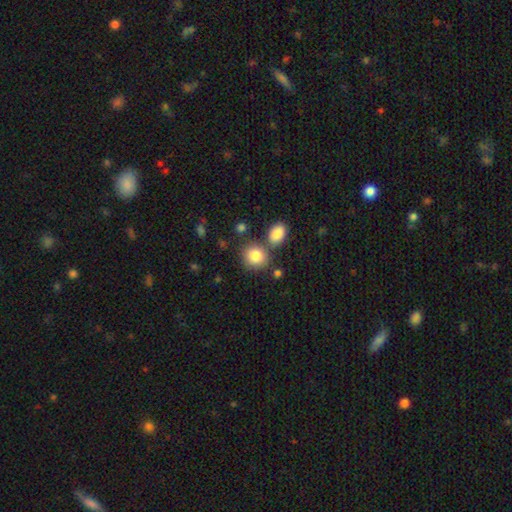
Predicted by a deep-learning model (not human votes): Smooth or featured? smooth (84%)
How rounded? round (75%)
Merging? none (68%)